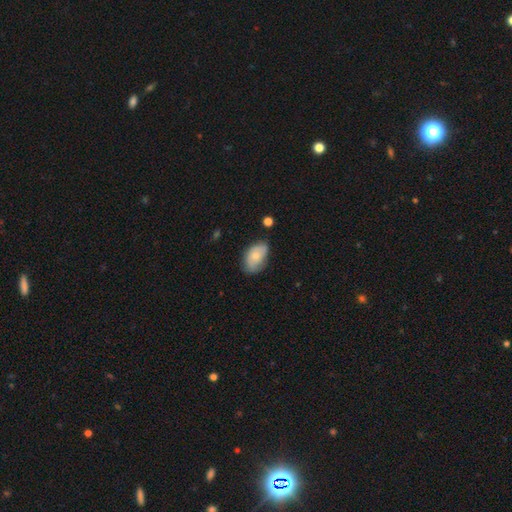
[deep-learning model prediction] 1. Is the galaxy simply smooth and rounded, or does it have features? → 70% smooth, 23% featured or disk, 7% star or artifact.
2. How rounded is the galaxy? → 90% in between, 8% round, 1% cigar-shaped.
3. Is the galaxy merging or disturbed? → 62% none, 29% minor disturbance, 6% major disturbance, 2% merger.